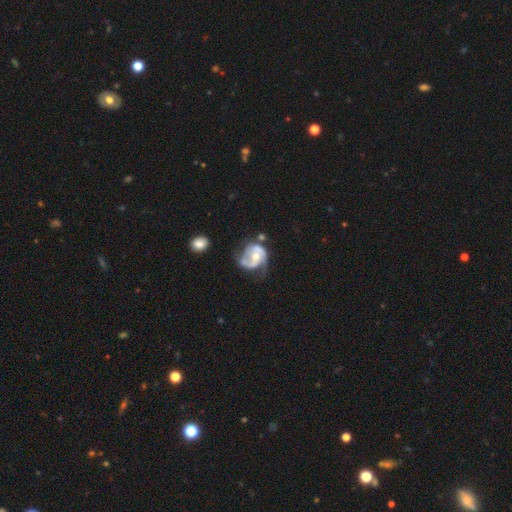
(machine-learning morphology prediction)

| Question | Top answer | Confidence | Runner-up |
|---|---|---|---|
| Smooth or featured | featured or disk | 80% | smooth (14%) |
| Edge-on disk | no | 98% | yes (2%) |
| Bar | no | 58% | weak (33%) |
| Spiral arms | yes | 88% | no (12%) |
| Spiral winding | medium | 46% | tight (29%) |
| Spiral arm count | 2 | 70% | 1 (14%) |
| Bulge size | moderate | 62% | small (31%) |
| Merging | none | 37% | minor disturbance (27%) |